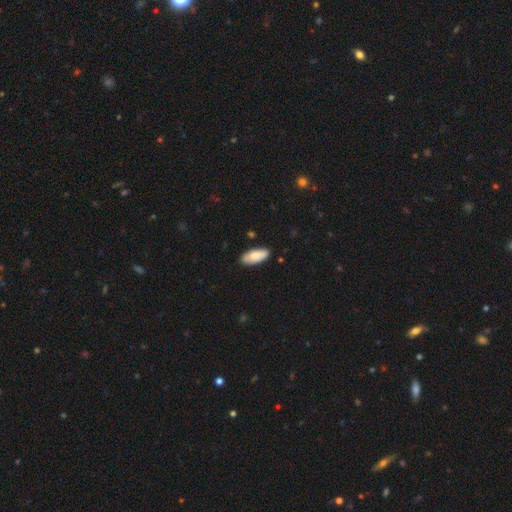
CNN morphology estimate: Smooth or featured?
  - smooth: 80% *
  - featured or disk: 14%
  - star or artifact: 6%
How rounded?
  - in between: 87% *
  - cigar-shaped: 11%
  - round: 2%
Merging?
  - none: 84% *
  - minor disturbance: 13%
  - major disturbance: 2%
  - merger: 1%